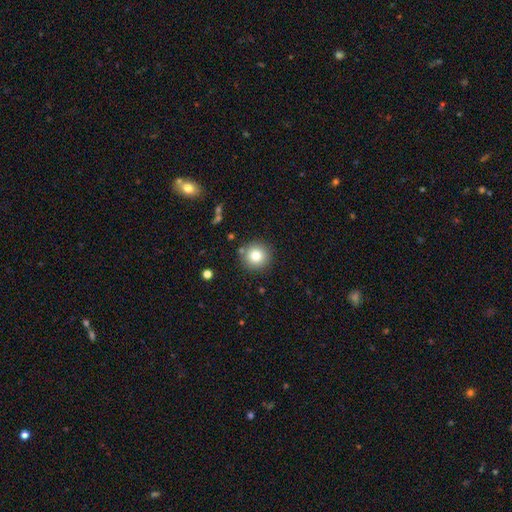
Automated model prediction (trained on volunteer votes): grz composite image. It shows a smooth galaxy with no disk features (79%) that is round (95%). Merging: none (87%).